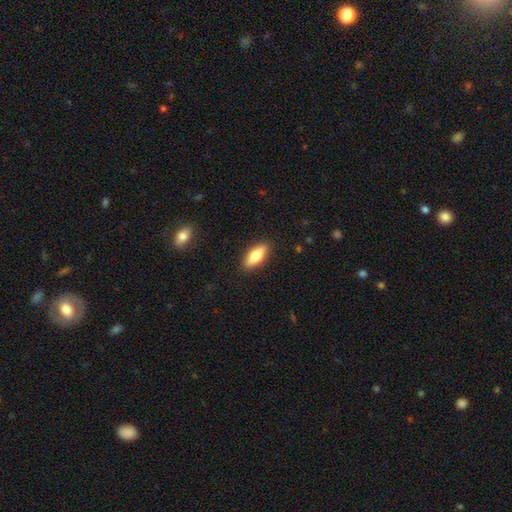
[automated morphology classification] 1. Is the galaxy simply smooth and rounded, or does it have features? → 74% smooth, 20% featured or disk, 6% star or artifact.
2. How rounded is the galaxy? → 65% in between, 33% cigar-shaped, 2% round.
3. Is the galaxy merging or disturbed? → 89% none, 8% minor disturbance, 2% major disturbance, 1% merger.